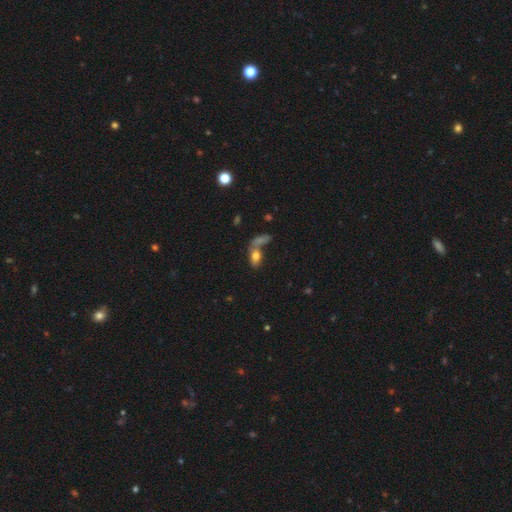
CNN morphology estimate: smooth_or_featured: smooth (p=0.73) [alt: featured or disk p=0.16]
how_rounded: in between (p=0.84) [alt: cigar-shaped p=0.09]
merging: merger (p=0.45) [alt: none p=0.38]